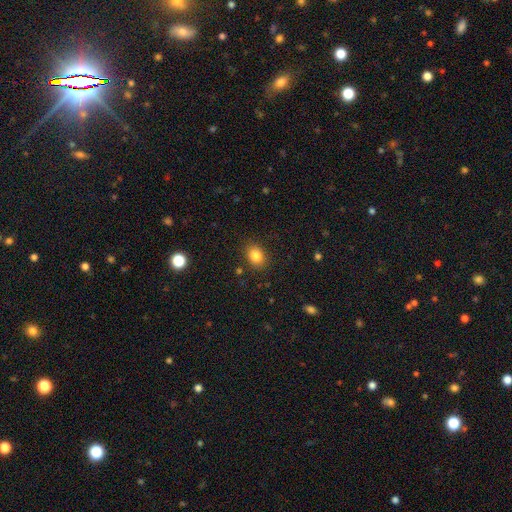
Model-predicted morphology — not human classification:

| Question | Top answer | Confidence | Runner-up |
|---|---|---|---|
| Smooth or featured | smooth | 83% | star or artifact (10%) |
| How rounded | in between | 58% | round (41%) |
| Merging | none | 86% | minor disturbance (10%) |